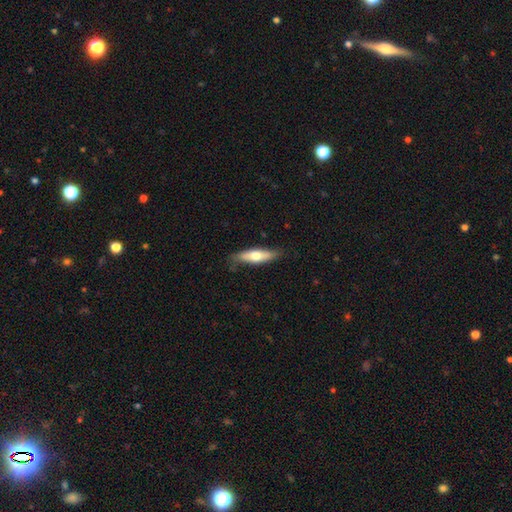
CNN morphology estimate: smooth-or-featured: smooth: 58% | featured or disk: 37% | star or artifact: 5%
  how-rounded: cigar-shaped: 62% | in between: 36% | round: 2%
  merging: none: 78% | minor disturbance: 18% | major disturbance: 3% | merger: 1%